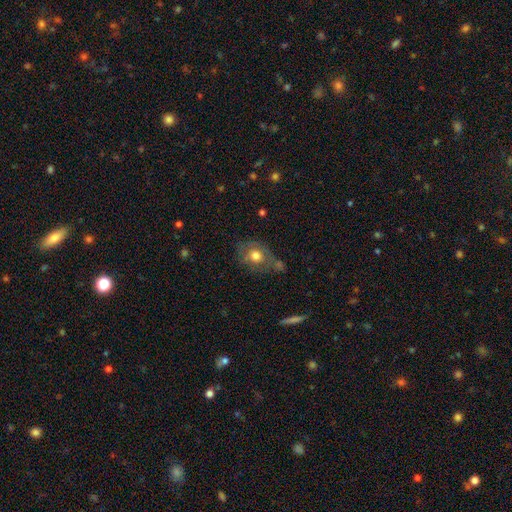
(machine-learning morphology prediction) The model was most divided on "how rounded": round: 53%, in between: 45%, cigar-shaped: 2%. Remaining: smooth or featured — smooth (64%); merging — none (48%).